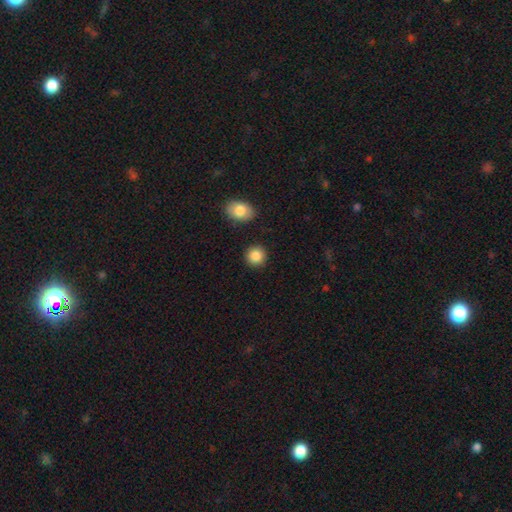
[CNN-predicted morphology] Smooth or featured? Predicted: smooth (p=0.88). How rounded? Predicted: round (p=0.91). Merging? Predicted: none (p=0.89).